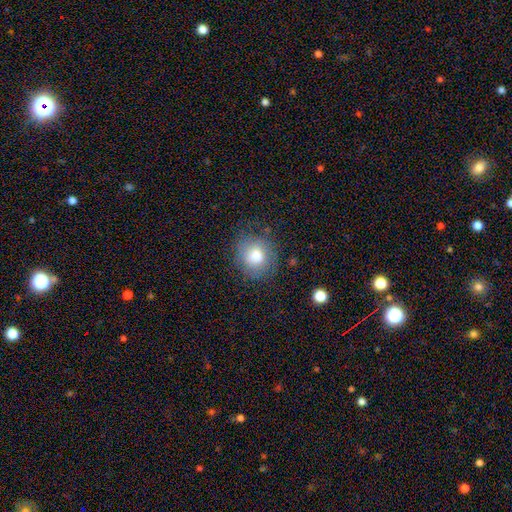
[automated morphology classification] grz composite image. It shows a smooth galaxy with no disk features (74%) that is round (82%). Merging: none (73%).